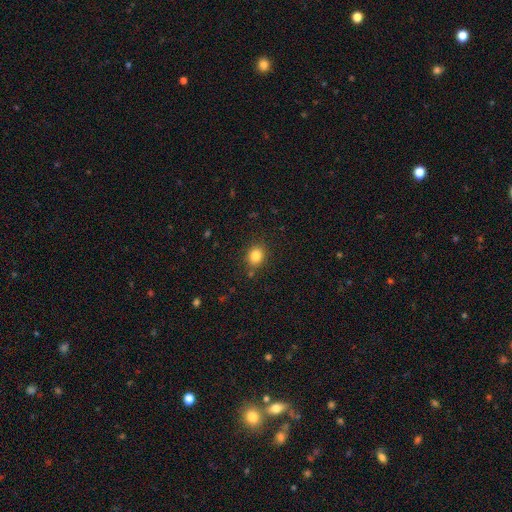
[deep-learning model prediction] smooth-or-featured: smooth: 83% | star or artifact: 11% | featured or disk: 6%
  how-rounded: round: 63% | in between: 36% | cigar-shaped: 1%
  merging: none: 84% | minor disturbance: 10% | major disturbance: 3% | merger: 3%